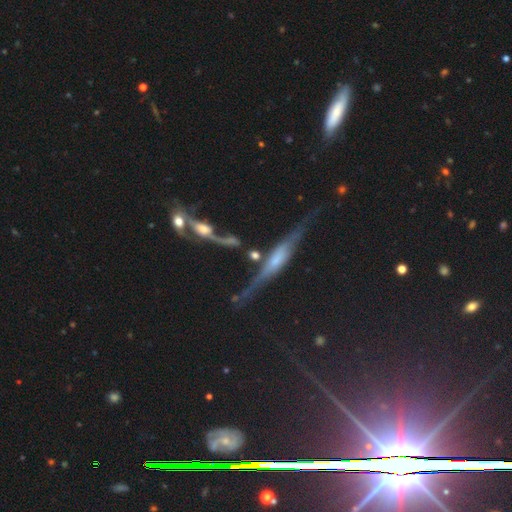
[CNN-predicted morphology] A featured or disk galaxy (73%) viewed edge-on (87%) with a rounded central bulge (58%).

Vote fractions:
- Smooth or featured? featured or disk: 73% / smooth: 15% / star or artifact: 12%
- Edge-on disk? yes: 87% / no: 13%
- Edge-on bulge? rounded: 58% / boxy: 24% / none: 18%
- Merging? none: 54% / minor disturbance: 21% / merger: 14% / major disturbance: 11%